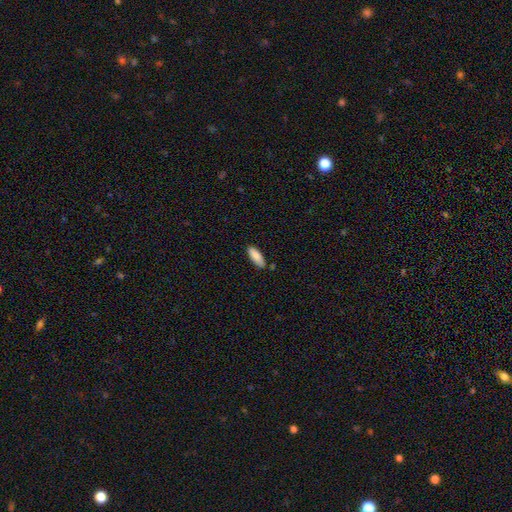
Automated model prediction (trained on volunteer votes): smooth_or_featured: smooth (p=0.88) [alt: featured or disk p=0.06]
how_rounded: in between (p=0.68) [alt: cigar-shaped p=0.30]
merging: none (p=0.81) [alt: minor disturbance p=0.14]